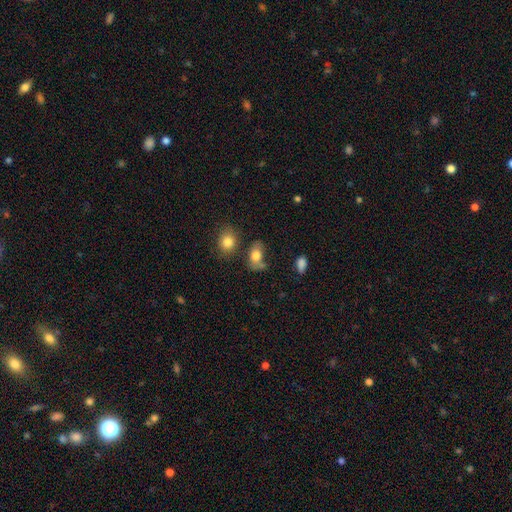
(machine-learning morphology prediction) type=smooth (78%); roundness=in between (82%); merging=none (49%).